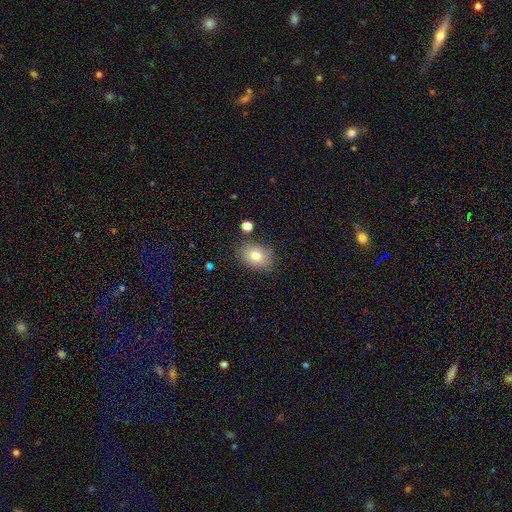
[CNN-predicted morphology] Smooth or featured: smooth — 80% (featured or disk — 11%)
How rounded: in between — 78% (round — 21%)
Merging: none — 83% (minor disturbance — 11%)